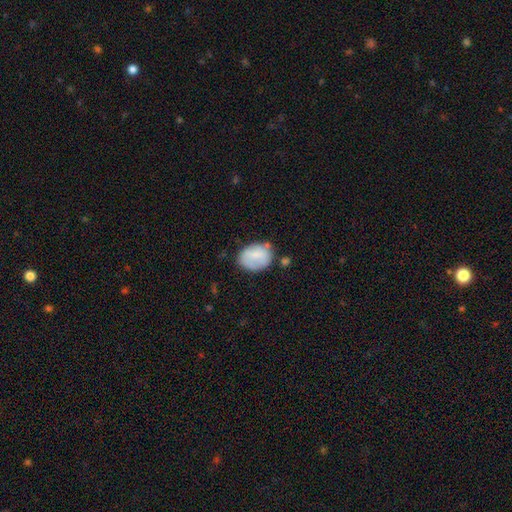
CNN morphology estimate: A smooth galaxy with no disk features (78%) that is in between round and cigar-shaped (65%).

Vote fractions:
- Smooth or featured? smooth: 78% / featured or disk: 15% / star or artifact: 7%
- How rounded? in between: 65% / round: 34% / cigar-shaped: 1%
- Merging? none: 60% / minor disturbance: 25% / major disturbance: 8% / merger: 7%